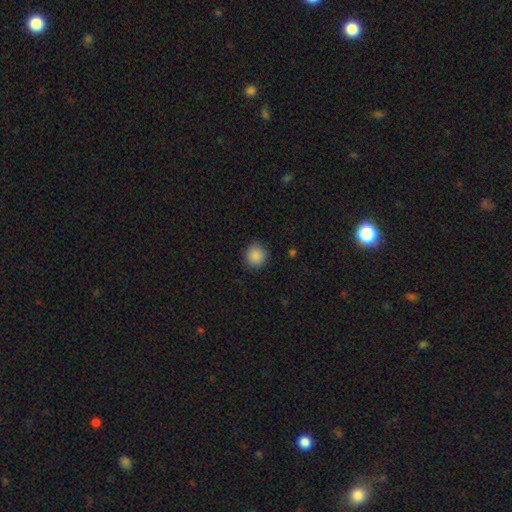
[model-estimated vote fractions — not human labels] Smooth or featured? smooth (88%)
How rounded? round (93%)
Merging? none (89%)